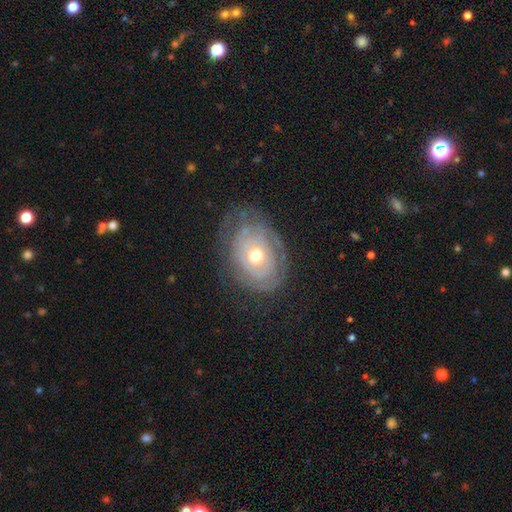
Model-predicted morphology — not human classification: type=featured or disk (65%); edge-on=no (94%); bar=no (86%); spiral arms=yes (57%); bulge=moderate (66%); merging=none (62%).